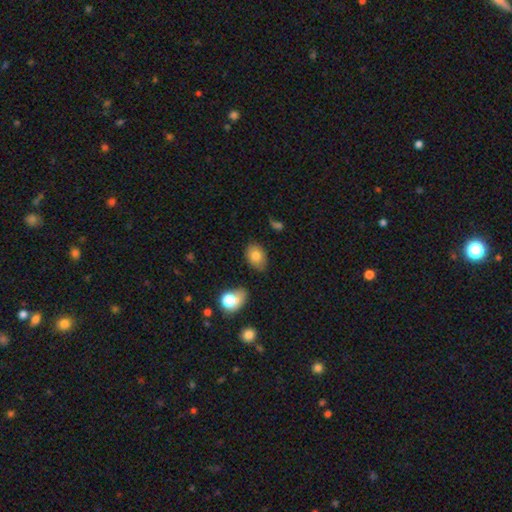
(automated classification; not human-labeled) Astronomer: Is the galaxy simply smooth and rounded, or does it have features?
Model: smooth — 77%.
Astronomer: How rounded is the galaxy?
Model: in between — 80%.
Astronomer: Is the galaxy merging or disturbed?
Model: none — 76%.